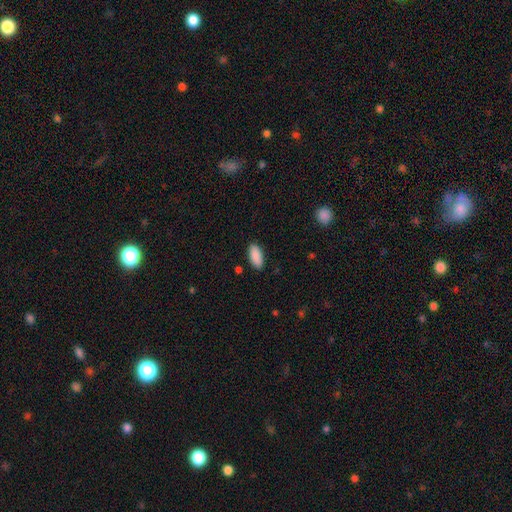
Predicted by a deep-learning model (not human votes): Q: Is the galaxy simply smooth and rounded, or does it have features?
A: smooth — 90%.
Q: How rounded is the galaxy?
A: in between — 89%.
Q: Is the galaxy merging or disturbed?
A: none — 88%.